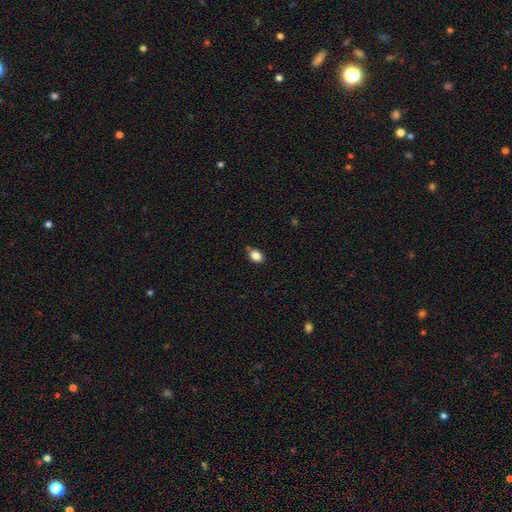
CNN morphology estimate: Smooth or featured? smooth (85%)
How rounded? in between (81%)
Merging? none (79%)